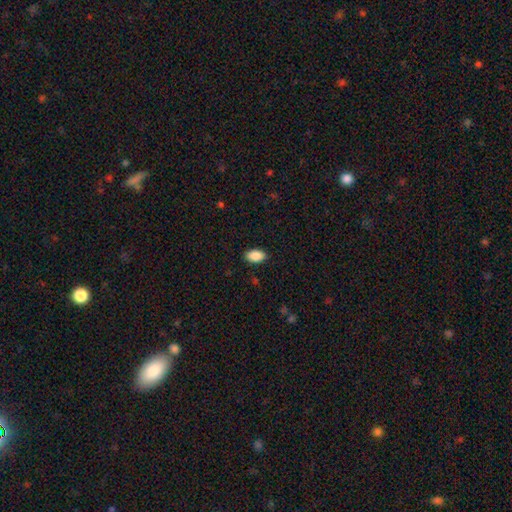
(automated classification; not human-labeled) Morphology: type=smooth (89%); roundness=in between (93%); merging=none (88%).